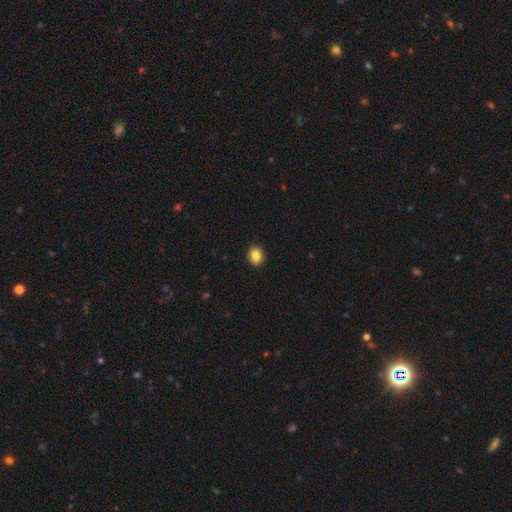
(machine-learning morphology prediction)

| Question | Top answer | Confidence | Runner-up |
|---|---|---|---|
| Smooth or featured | smooth | 85% | star or artifact (9%) |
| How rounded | round | 63% | in between (37%) |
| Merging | none | 92% | minor disturbance (6%) |